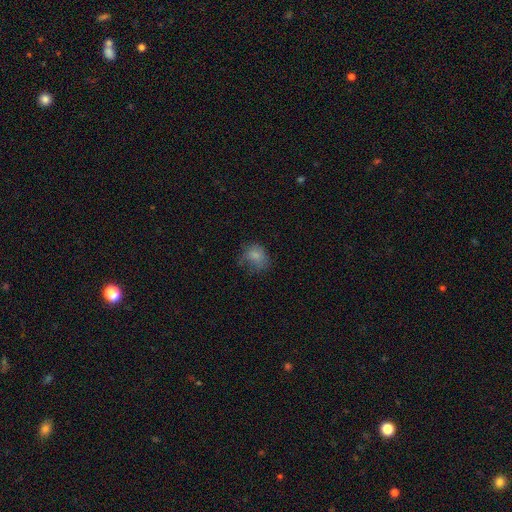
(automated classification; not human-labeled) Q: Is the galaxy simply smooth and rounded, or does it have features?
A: smooth — 74%.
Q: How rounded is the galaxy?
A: round — 55%.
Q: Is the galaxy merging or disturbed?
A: none — 50%.